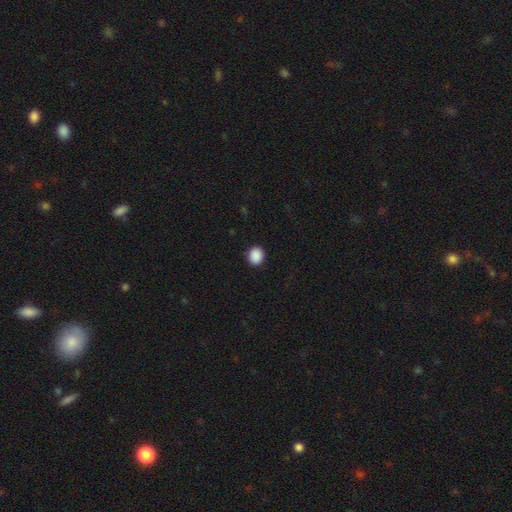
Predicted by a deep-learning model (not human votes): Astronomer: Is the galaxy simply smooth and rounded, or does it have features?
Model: smooth — 90%.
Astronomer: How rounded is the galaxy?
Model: round — 68%.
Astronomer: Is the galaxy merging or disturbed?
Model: none — 91%.